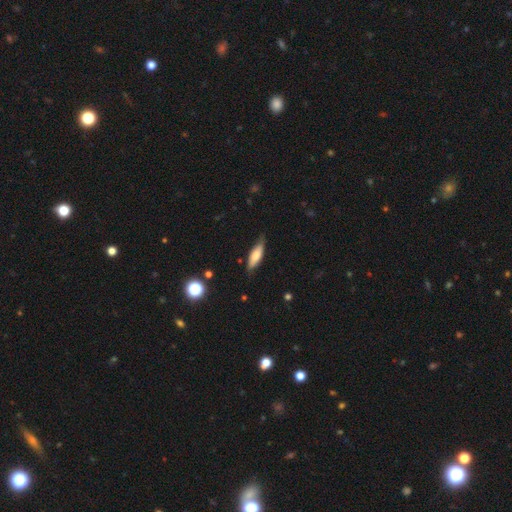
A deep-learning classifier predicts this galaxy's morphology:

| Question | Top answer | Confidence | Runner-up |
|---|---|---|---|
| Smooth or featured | smooth | 66% | featured or disk (27%) |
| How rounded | cigar-shaped | 49% | in between (48%) |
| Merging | none | 72% | minor disturbance (22%) |